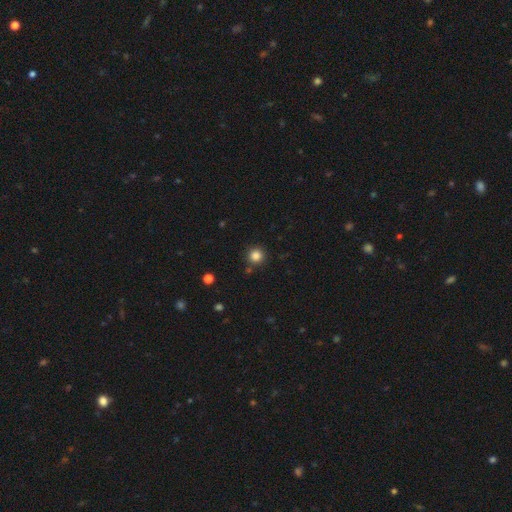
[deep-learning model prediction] smooth_or_featured: smooth (p=0.84) [alt: star or artifact p=0.12]
how_rounded: round (p=0.94) [alt: in between p=0.05]
merging: none (p=0.87) [alt: minor disturbance p=0.07]